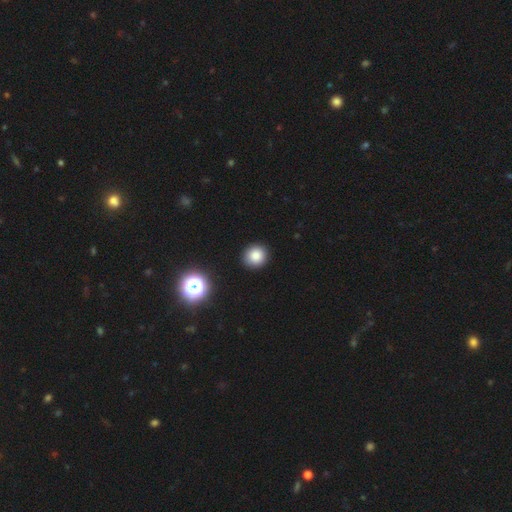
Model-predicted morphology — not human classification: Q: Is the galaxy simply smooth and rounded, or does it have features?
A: smooth — 83%.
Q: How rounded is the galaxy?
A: round — 89%.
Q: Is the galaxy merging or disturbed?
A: none — 90%.